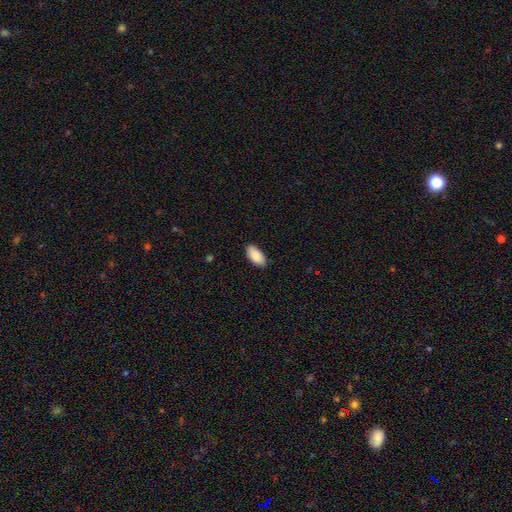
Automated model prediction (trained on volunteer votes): Smooth or featured? Predicted: smooth (p=0.90). How rounded? Predicted: in between (p=0.94). Merging? Predicted: none (p=0.87).